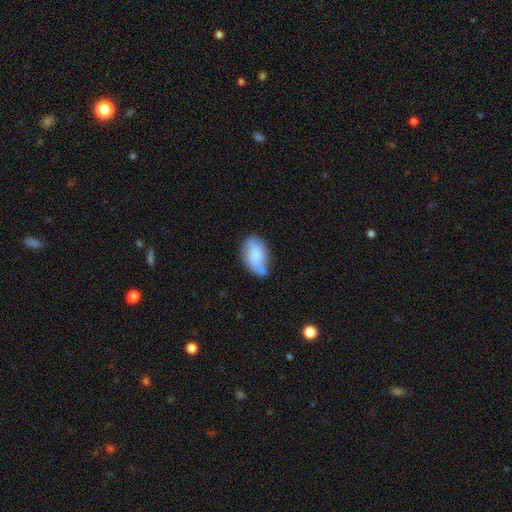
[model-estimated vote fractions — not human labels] This appears to be a smooth galaxy with no disk features (57%) that is in between round and cigar-shaped (91%). Merging: none (57%).